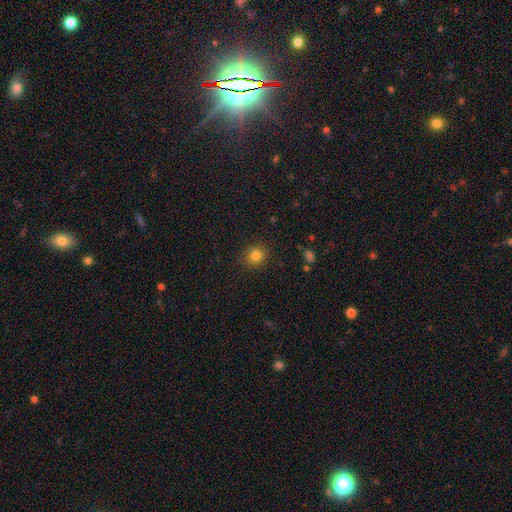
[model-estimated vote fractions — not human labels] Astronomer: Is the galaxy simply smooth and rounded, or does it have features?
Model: smooth — 82%.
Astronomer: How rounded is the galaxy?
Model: round — 83%.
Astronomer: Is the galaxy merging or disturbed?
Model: none — 87%.